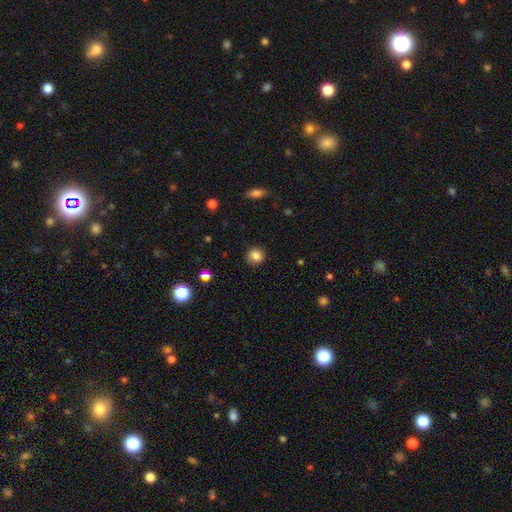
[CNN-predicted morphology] A smooth galaxy with no disk features (84%) that is round (85%). Merging: none (89%).